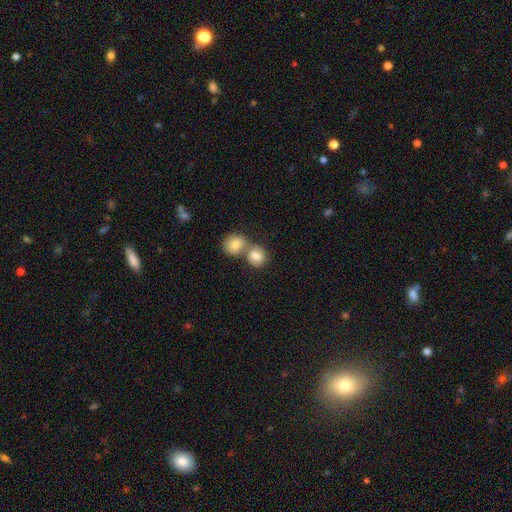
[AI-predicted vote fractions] smooth 76%, featured or disk 16%, star or artifact 8%. Down the decision tree: how rounded — round (69%); merging — merger (60%).